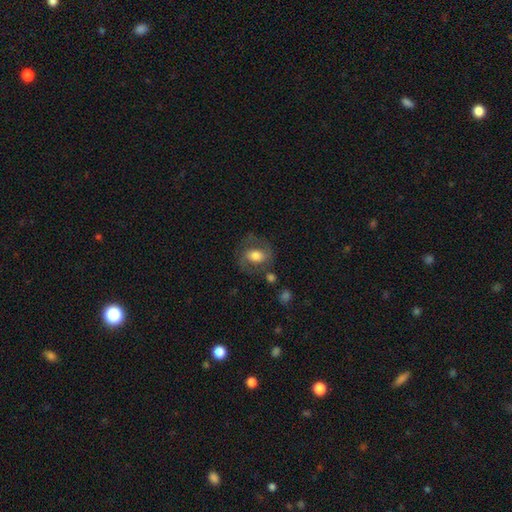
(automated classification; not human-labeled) smooth 47%, featured or disk 45%, star or artifact 8%. Down the decision tree: merging — none (65%).